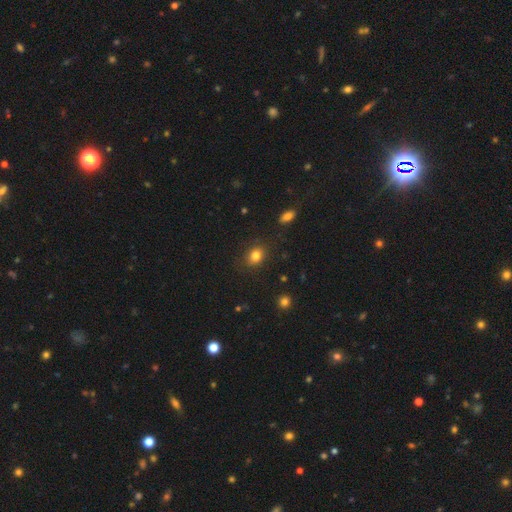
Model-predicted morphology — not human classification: smooth-or-featured: smooth: 81% | star or artifact: 12% | featured or disk: 7%
  how-rounded: in between: 53% | round: 45% | cigar-shaped: 1%
  merging: none: 84% | minor disturbance: 11% | major disturbance: 3% | merger: 2%